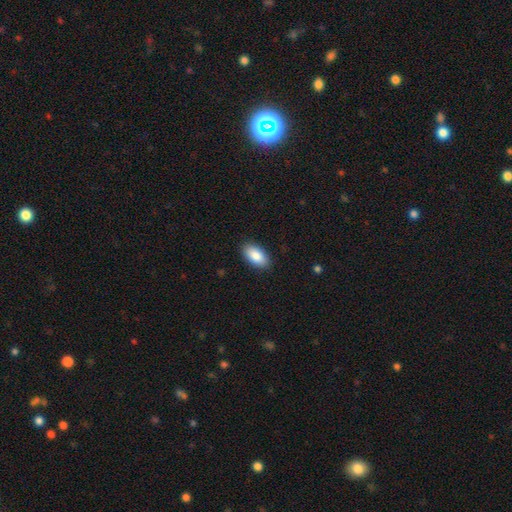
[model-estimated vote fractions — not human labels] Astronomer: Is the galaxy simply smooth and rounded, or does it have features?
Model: smooth — 88%.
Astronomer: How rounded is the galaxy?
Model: in between — 94%.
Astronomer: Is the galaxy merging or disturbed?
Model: none — 89%.